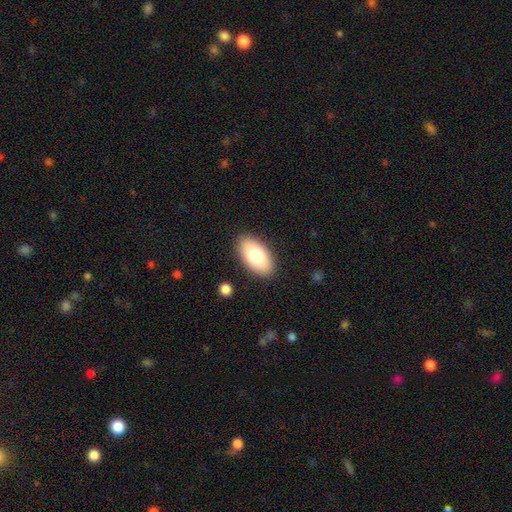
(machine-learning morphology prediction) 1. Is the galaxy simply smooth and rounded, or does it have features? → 78% smooth, 16% featured or disk, 7% star or artifact.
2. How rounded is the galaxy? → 94% in between, 3% round, 3% cigar-shaped.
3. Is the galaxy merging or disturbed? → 88% none, 8% minor disturbance, 2% major disturbance, 1% merger.